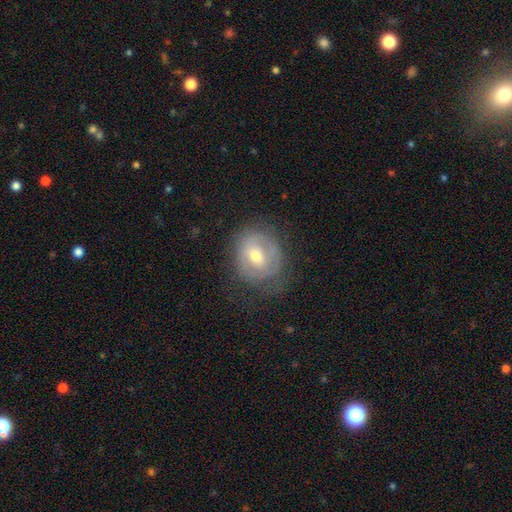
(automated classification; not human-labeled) A featured or disk galaxy (63%) with a weak bar (46%), spiral arms (61%) and a moderate central bulge (65%).

Vote fractions:
- Smooth or featured? featured or disk: 63% / smooth: 30% / star or artifact: 7%
- Edge-on disk? no: 96% / yes: 4%
- Bar? weak: 46% / no: 36% / strong: 17%
- Spiral arms? yes: 61% / no: 39%
- Bulge size? moderate: 65% / small: 30% / large: 3% / none: 1% / dominant: 1%
- Merging? none: 65% / minor disturbance: 22% / major disturbance: 12% / merger: 1%